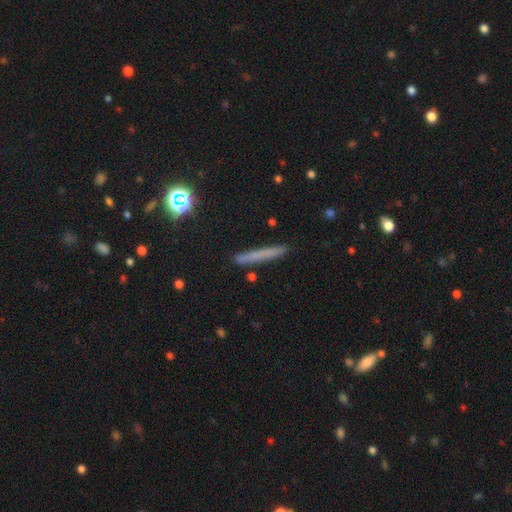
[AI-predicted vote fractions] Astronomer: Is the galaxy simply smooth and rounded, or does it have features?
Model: smooth — 61%.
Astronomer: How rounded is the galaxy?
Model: cigar-shaped — 95%.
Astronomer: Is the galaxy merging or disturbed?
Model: none — 89%.